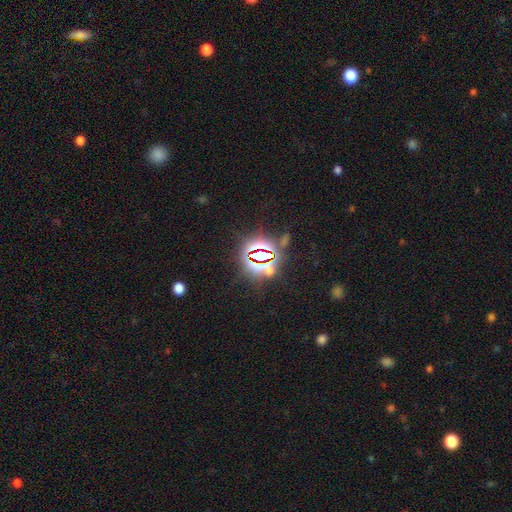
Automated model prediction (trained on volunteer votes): Smooth or featured? Predicted: star or artifact (p=0.79).